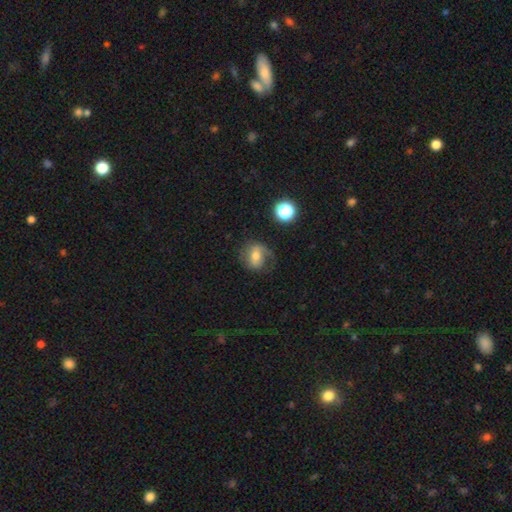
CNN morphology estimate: The model was most divided on "smooth or featured": featured or disk: 49%, smooth: 41%, star or artifact: 11%. More confident: merging — none (52%).